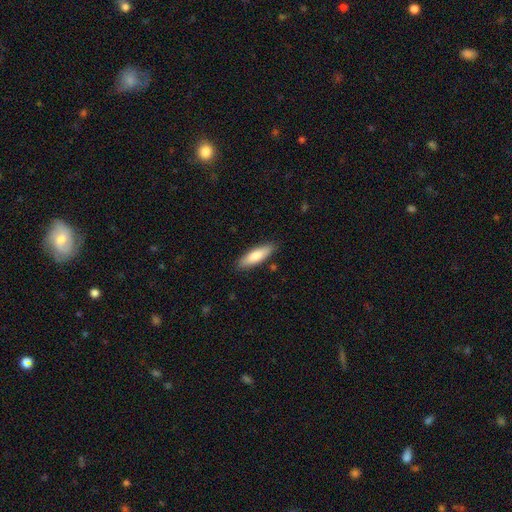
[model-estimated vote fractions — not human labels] Smooth or featured: smooth — 80% (featured or disk — 15%)
How rounded: cigar-shaped — 56% (in between — 43%)
Merging: none — 87% (minor disturbance — 10%)